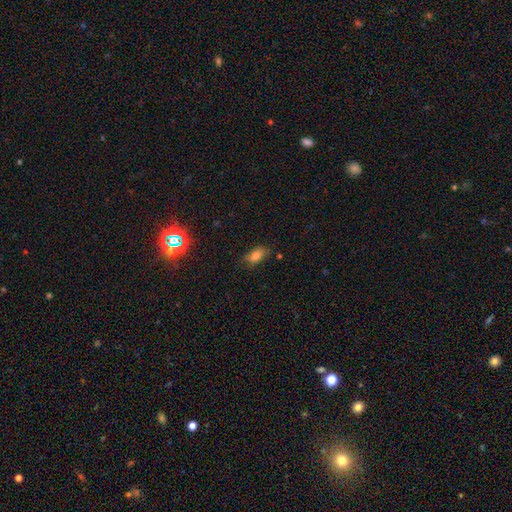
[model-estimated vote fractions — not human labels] smooth_or_featured: smooth (p=0.79) [alt: star or artifact p=0.13]
how_rounded: in between (p=0.88) [alt: cigar-shaped p=0.07]
merging: none (p=0.73) [alt: minor disturbance p=0.20]